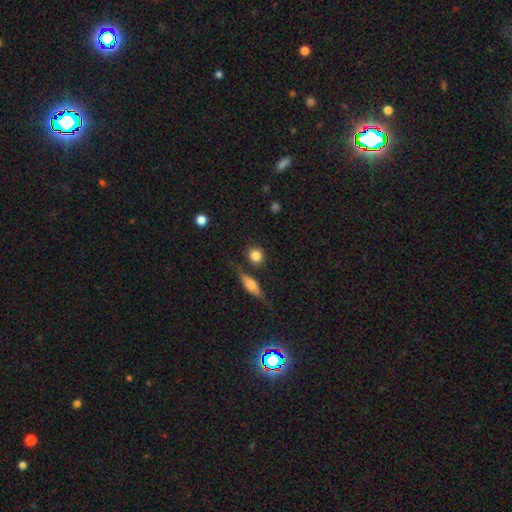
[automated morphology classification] smooth 82%, featured or disk 10%, star or artifact 9%. Down the decision tree: how rounded — round (86%); merging — none (79%).